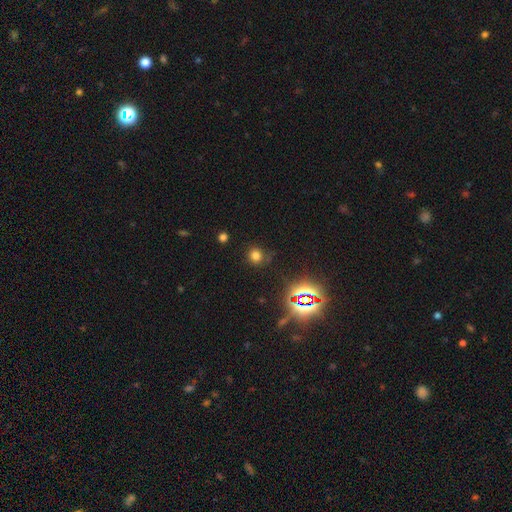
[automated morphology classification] Smooth or featured? Predicted: smooth (p=0.68). How rounded? Predicted: round (p=0.89). Merging? Predicted: none (p=0.80).